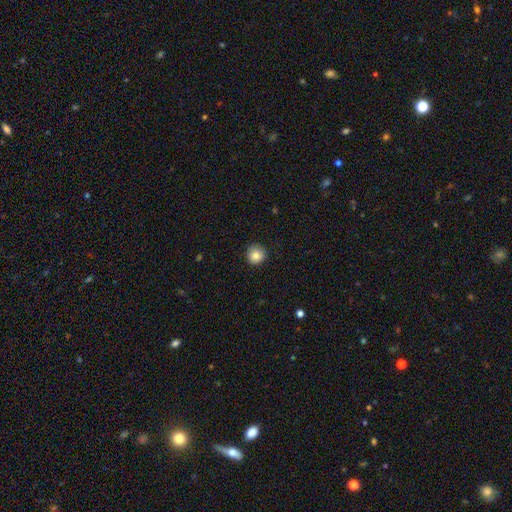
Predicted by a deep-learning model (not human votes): This appears to be a smooth galaxy with no disk features (83%) that is round (94%). Merging: none (89%).